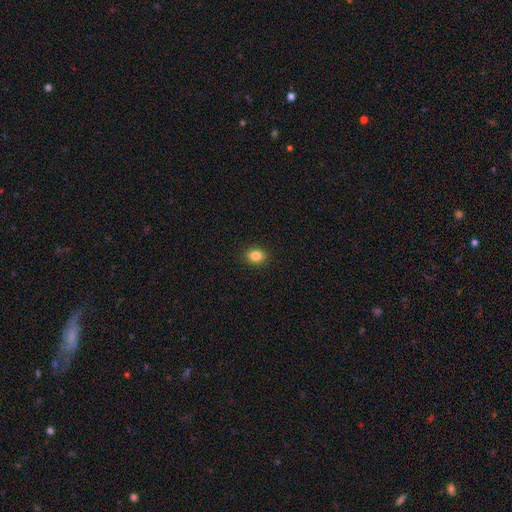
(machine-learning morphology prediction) type=smooth (85%); roundness=round (56%); merging=none (91%).